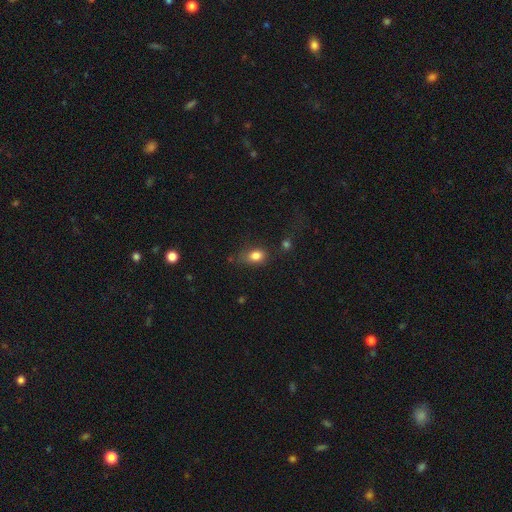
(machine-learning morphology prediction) This appears to be a smooth galaxy with no disk features (83%) that is in between round and cigar-shaped (74%). Merging: none (60%).